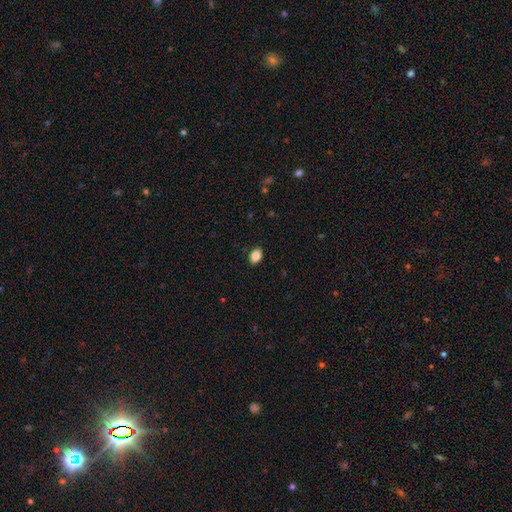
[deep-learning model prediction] Overall: smooth (86%). How rounded: in between (83%). Merging: none (89%).